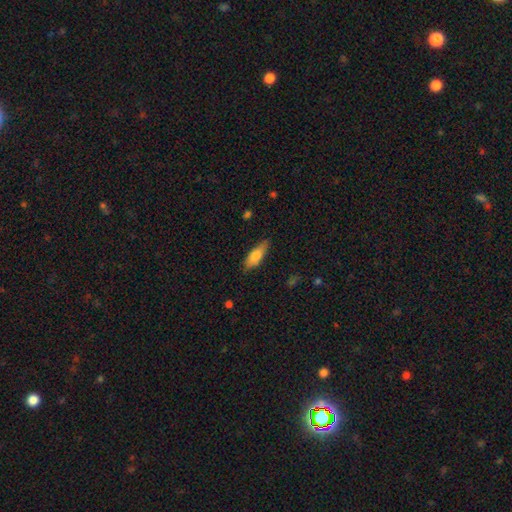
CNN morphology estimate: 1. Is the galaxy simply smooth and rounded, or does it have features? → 72% smooth, 21% featured or disk, 6% star or artifact.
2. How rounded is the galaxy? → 61% in between, 36% cigar-shaped, 2% round.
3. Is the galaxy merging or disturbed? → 79% none, 17% minor disturbance, 3% major disturbance, 1% merger.